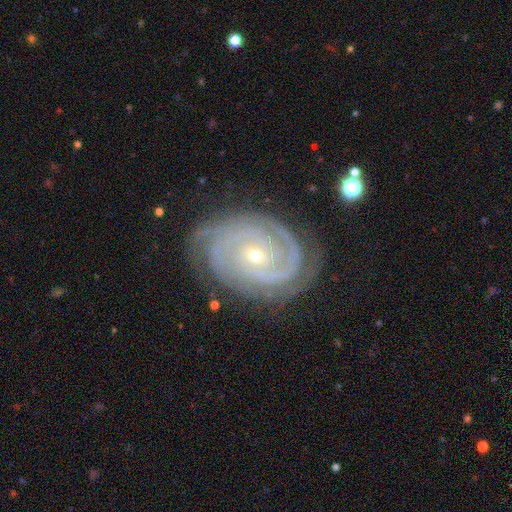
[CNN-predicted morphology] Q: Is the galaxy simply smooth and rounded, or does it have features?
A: featured or disk — 90%.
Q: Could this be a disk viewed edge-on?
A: no — 97%.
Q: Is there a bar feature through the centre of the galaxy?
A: no — 69%.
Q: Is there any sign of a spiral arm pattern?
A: yes — 98%.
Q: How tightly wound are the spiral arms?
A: tight — 80%.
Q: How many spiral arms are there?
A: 2 — 36%.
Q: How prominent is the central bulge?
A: small — 76%.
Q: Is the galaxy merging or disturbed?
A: none — 78%.